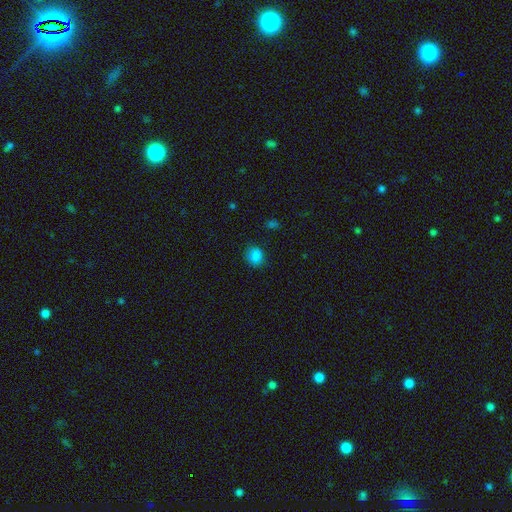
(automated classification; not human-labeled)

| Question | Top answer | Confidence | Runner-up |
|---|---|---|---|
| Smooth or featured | smooth | 84% | star or artifact (12%) |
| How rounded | round | 74% | in between (25%) |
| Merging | none | 83% | minor disturbance (13%) |